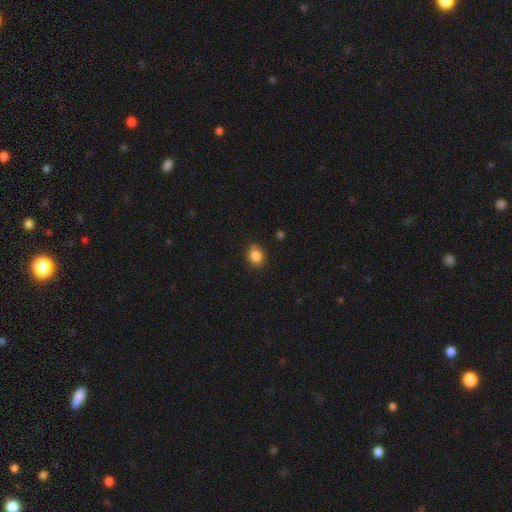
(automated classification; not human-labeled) A smooth galaxy with no disk features (84%) that is round (63%). Merging: none (76%).